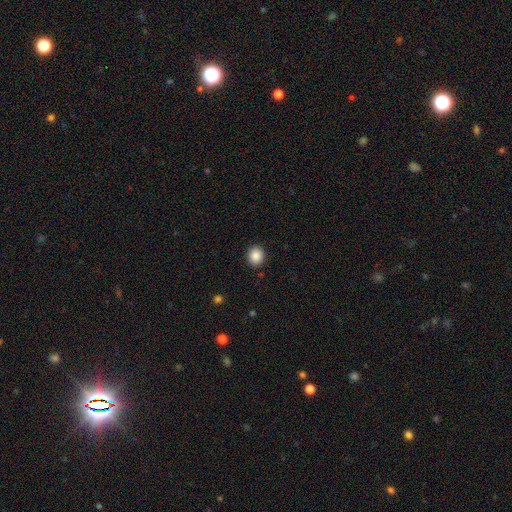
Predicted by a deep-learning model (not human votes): Smooth or featured? smooth (87%)
How rounded? round (78%)
Merging? none (91%)